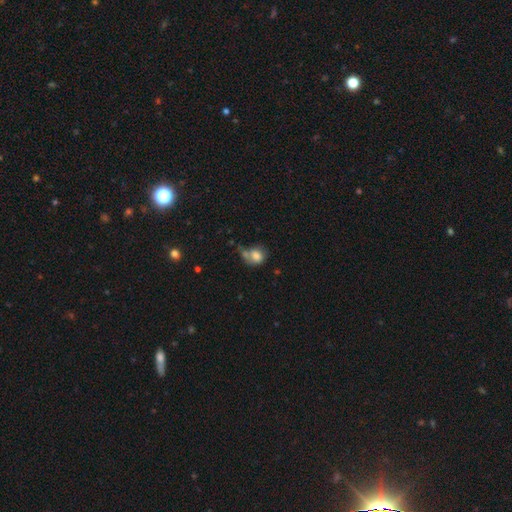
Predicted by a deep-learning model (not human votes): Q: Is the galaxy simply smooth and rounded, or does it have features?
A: smooth — 76%.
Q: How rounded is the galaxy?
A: round — 57%.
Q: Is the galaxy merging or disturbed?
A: none — 34%.